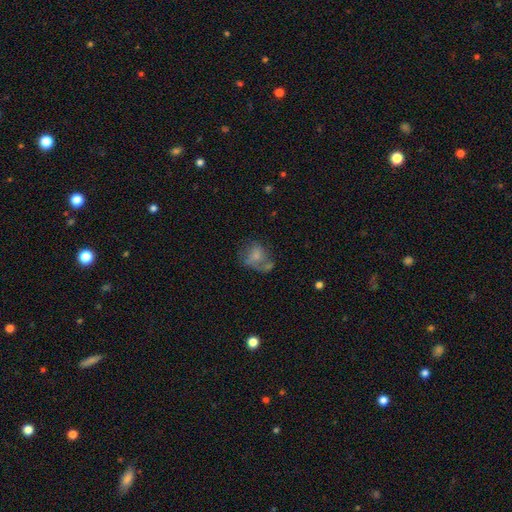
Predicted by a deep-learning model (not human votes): smooth 56%, featured or disk 33%, star or artifact 11%. Down the decision tree: how rounded — in between (52%); merging — none (31%).